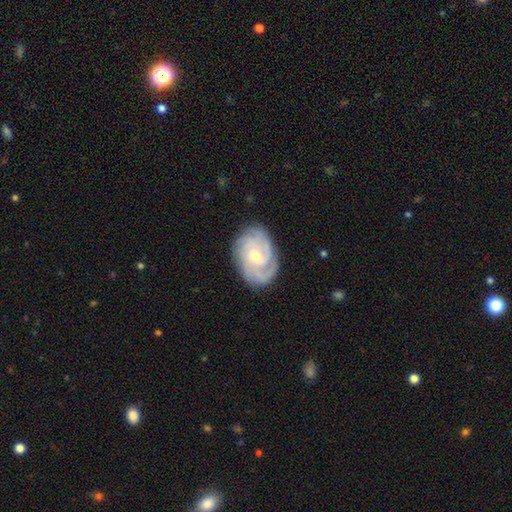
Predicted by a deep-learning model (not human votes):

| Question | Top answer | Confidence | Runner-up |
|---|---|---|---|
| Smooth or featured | featured or disk | 85% | smooth (9%) |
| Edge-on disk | no | 97% | yes (3%) |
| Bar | no | 57% | weak (36%) |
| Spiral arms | yes | 97% | no (3%) |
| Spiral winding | tight | 66% | medium (29%) |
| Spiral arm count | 3 | 28% | 4 (24%) |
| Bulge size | small | 58% | moderate (39%) |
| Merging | none | 80% | minor disturbance (15%) |